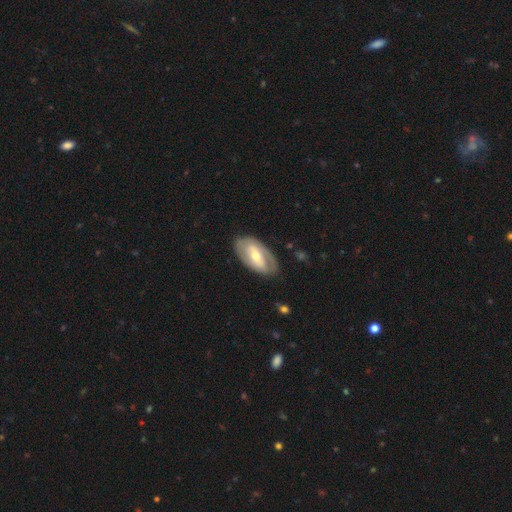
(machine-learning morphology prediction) The model was most divided on "bar": strong: 39%, weak: 36%, no: 25%. More confident: edge-on disk — no (92%); merging — none (79%); smooth or featured — featured or disk (66%); spiral arms — yes (59%); bulge size — moderate (59%).